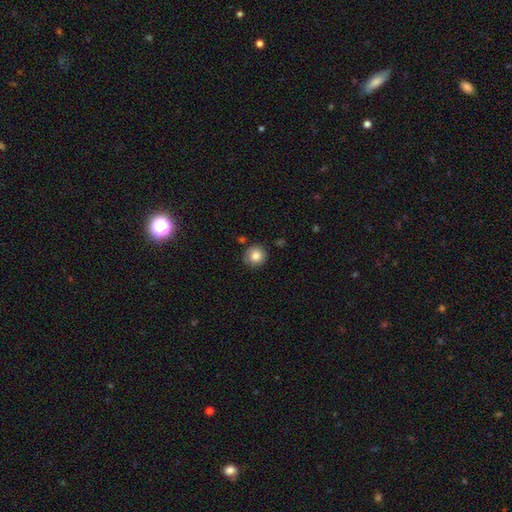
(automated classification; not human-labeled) A smooth galaxy with no disk features (83%) that is round (90%). Merging: none (80%).